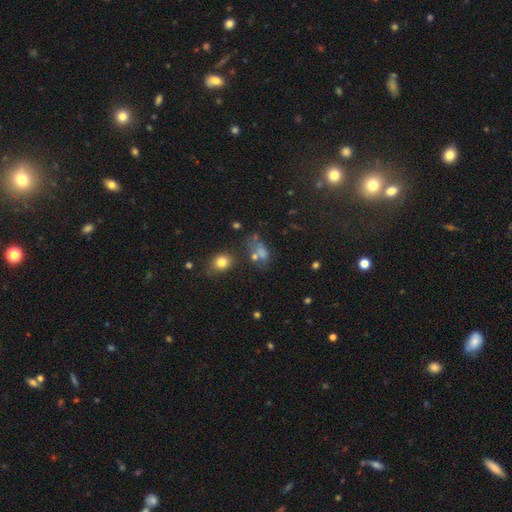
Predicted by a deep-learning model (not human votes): smooth-or-featured: smooth: 49% | star or artifact: 34% | featured or disk: 17%
  merging: none: 49% | merger: 19% | minor disturbance: 17% | major disturbance: 14%